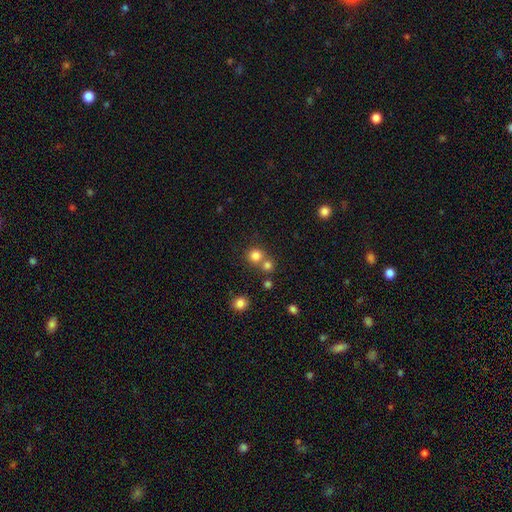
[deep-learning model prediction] Q: Smooth or featured?
A: smooth (79%); runner-up: star or artifact (14%)
Q: How rounded?
A: round (88%); runner-up: in between (11%)
Q: Merging?
A: none (59%); runner-up: merger (31%)